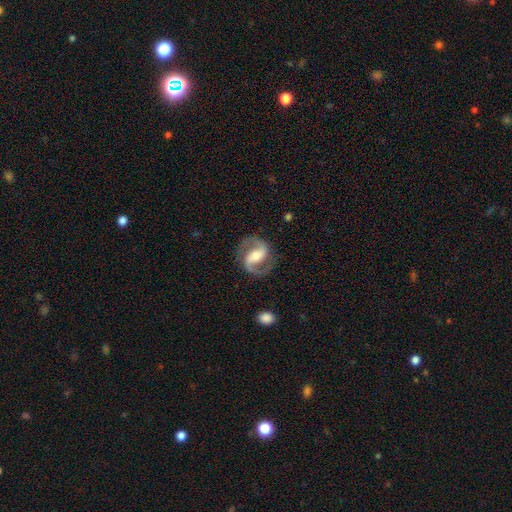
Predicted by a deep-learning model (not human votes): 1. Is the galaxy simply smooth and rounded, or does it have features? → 91% featured or disk, 5% smooth, 4% star or artifact.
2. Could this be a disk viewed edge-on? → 98% no, 2% yes.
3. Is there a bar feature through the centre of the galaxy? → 43% strong, 37% weak, 20% no.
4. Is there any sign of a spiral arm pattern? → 97% yes, 3% no.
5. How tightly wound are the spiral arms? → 59% medium, 23% loose, 17% tight.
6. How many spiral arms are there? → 93% 2, 2% 1, 2% can't tell, 1% 3, 1% 4, 1% more than 4.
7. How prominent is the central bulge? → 57% moderate, 31% small, 8% large, 3% none, 1% dominant.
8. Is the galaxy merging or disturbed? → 84% none, 10% minor disturbance, 5% major disturbance, 1% merger.